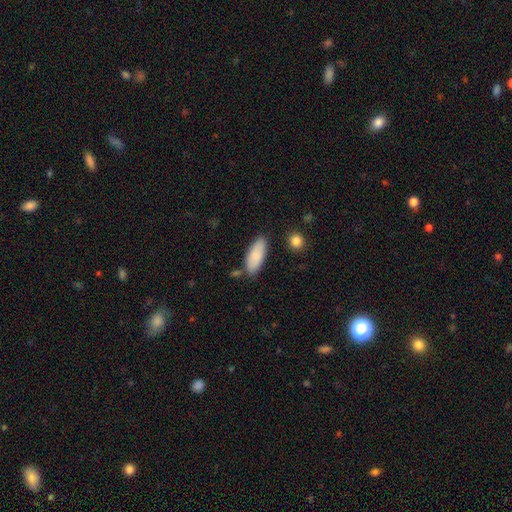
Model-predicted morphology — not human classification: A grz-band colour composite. It shows a smooth galaxy with no disk features (87%) that is in between round and cigar-shaped (75%). Merging: none (79%).